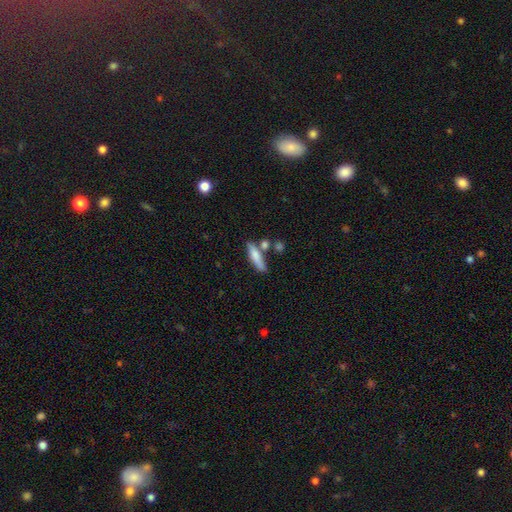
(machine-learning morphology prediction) This appears to be a smooth galaxy with no disk features (73%) that is cigar-shaped (73%). Merging: none (65%).